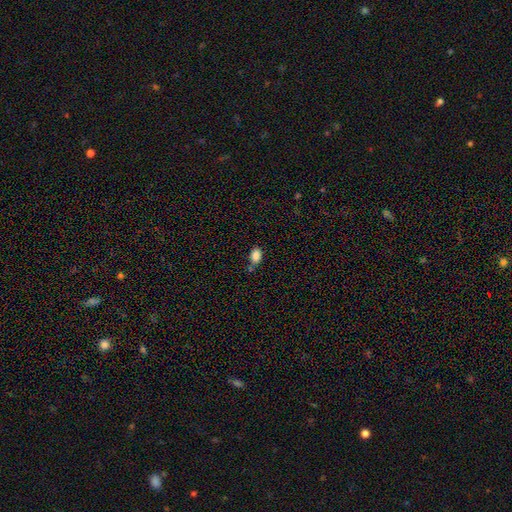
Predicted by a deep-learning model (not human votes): The model was most divided on "merging": none: 65%, minor disturbance: 18%, merger: 13%, major disturbance: 4%. More confident: smooth or featured — smooth (86%); how rounded — in between (82%).